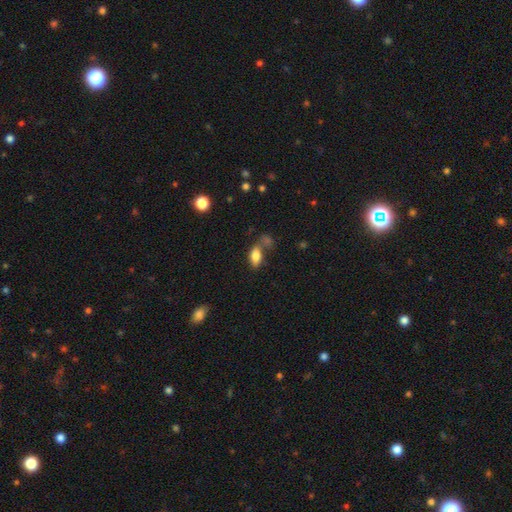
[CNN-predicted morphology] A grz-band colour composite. It shows a smooth galaxy with no disk features (83%) that is in between round and cigar-shaped (90%). Merging: none (54%).